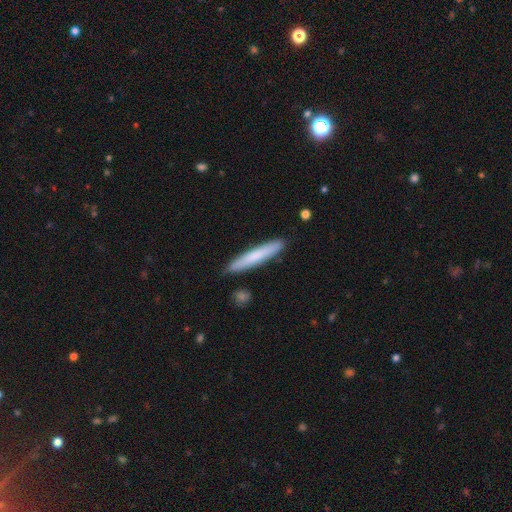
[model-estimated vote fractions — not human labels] smooth 70%, featured or disk 24%, star or artifact 5%. Down the decision tree: how rounded — cigar-shaped (94%); merging — none (88%).